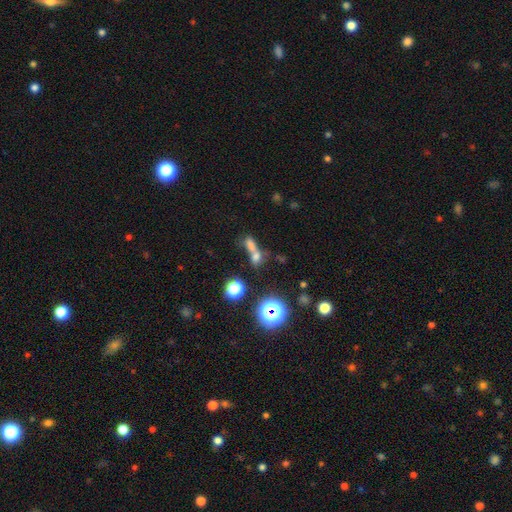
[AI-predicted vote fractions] This appears to be a smooth galaxy with no disk features (60%) that is in between round and cigar-shaped (50%). Merging: merger (57%).